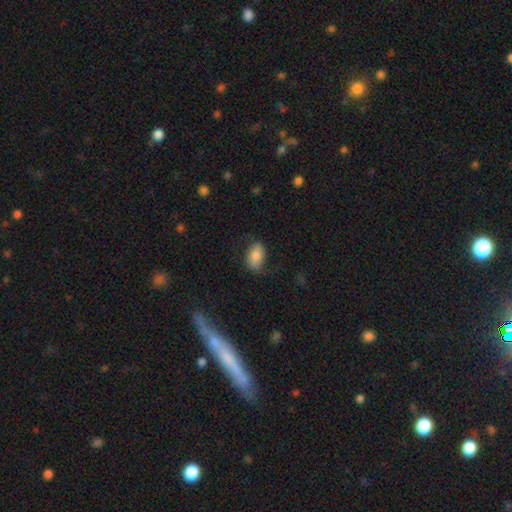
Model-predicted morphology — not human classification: smooth_or_featured: smooth (p=0.76) [alt: featured or disk p=0.17]
how_rounded: in between (p=0.89) [alt: round p=0.09]
merging: none (p=0.72) [alt: minor disturbance p=0.20]